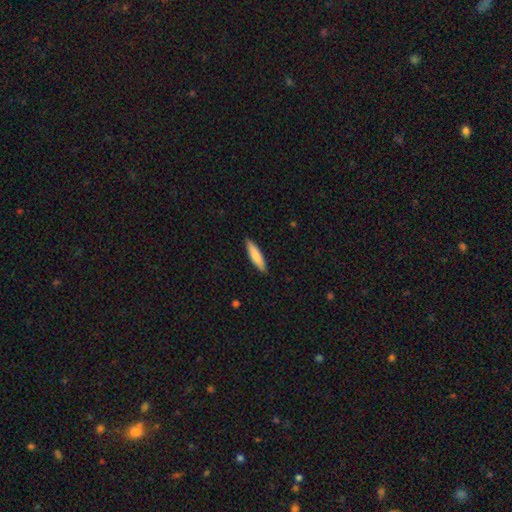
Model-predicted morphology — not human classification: Q: Smooth or featured?
A: smooth (77%); runner-up: featured or disk (18%)
Q: How rounded?
A: cigar-shaped (77%); runner-up: in between (22%)
Q: Merging?
A: none (89%); runner-up: minor disturbance (9%)